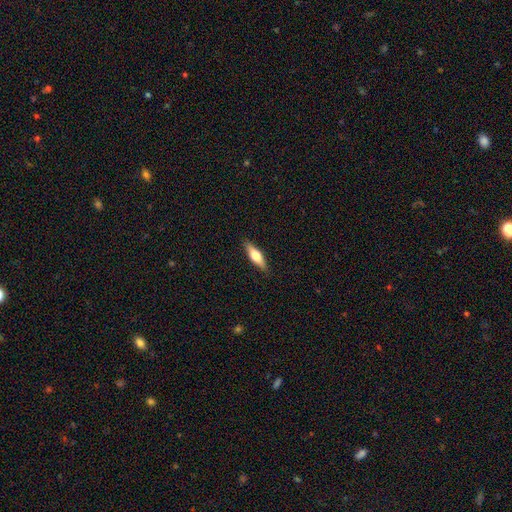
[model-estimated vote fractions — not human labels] Morphology: type=smooth (57%); roundness=cigar-shaped (56%); merging=none (88%).